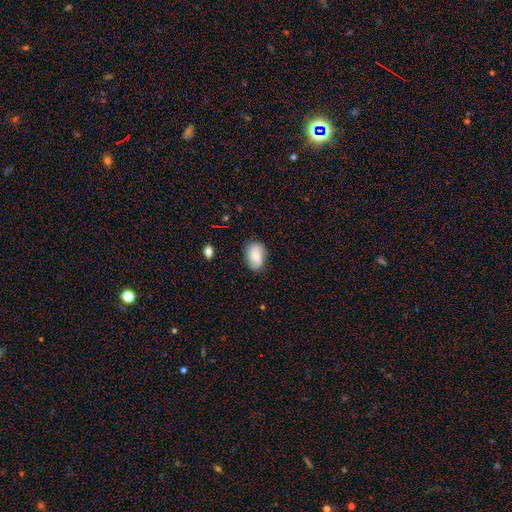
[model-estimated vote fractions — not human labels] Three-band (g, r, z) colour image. It shows a smooth galaxy with no disk features (67%) that is in between round and cigar-shaped (81%). Merging: none (73%).